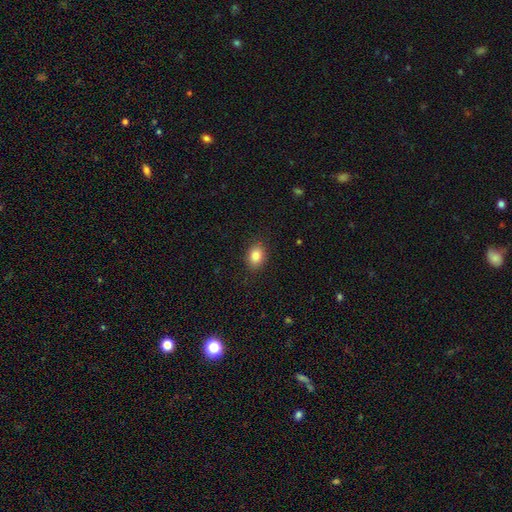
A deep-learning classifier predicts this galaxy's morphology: This is clearly a smooth galaxy (85%). How rounded: likely in between (66%). Merging: clearly none (88%).